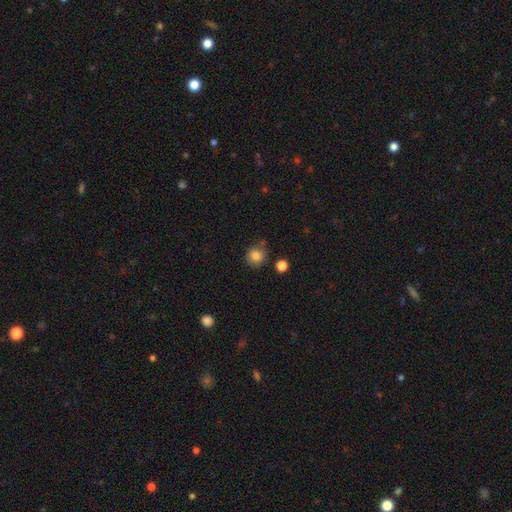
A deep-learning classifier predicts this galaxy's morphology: Smooth or featured: smooth — 84% (star or artifact — 10%)
How rounded: round — 83% (in between — 16%)
Merging: none — 75% (minor disturbance — 15%)